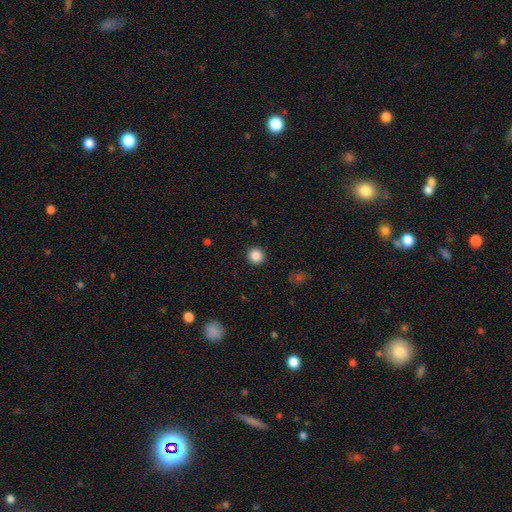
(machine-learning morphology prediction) A smooth galaxy with no disk features (87%) that is round (94%). Merging: none (92%).